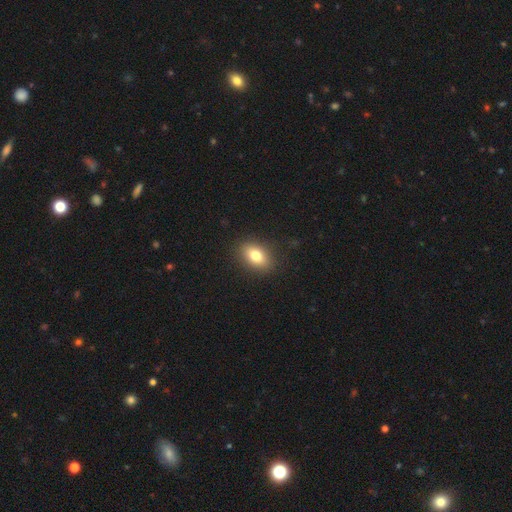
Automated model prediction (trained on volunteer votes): Q: Smooth or featured?
A: smooth (78%); runner-up: featured or disk (12%)
Q: How rounded?
A: in between (80%); runner-up: round (17%)
Q: Merging?
A: none (87%); runner-up: minor disturbance (9%)